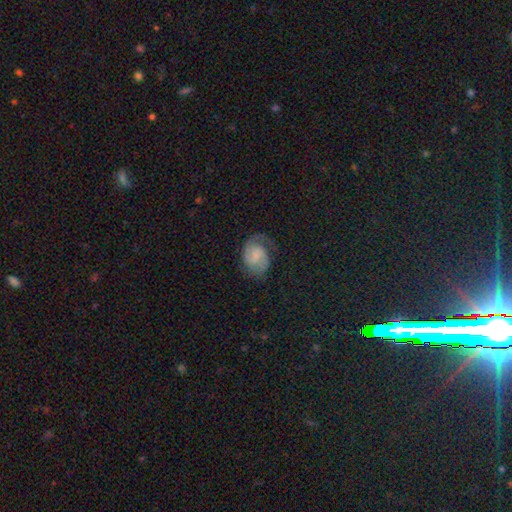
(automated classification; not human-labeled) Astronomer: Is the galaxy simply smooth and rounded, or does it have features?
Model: featured or disk — 67%.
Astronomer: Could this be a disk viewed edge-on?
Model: no — 98%.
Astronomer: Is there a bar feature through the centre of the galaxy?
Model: no — 46% (runner-up: weak, 44%).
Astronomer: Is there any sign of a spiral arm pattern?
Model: yes — 93%.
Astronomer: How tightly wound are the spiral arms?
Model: medium — 47% (runner-up: tight, 32%).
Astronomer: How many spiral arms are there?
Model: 2 — 74%.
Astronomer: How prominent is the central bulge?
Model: small — 36% (runner-up: none, 35%).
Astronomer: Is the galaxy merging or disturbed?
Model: none — 59%.